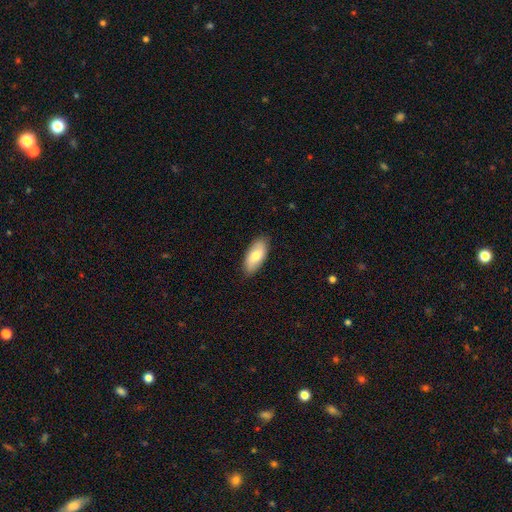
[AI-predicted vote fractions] A smooth galaxy with no disk features (76%) that is in between round and cigar-shaped (90%).

Vote fractions:
- Smooth or featured? smooth: 76% / featured or disk: 19% / star or artifact: 5%
- How rounded? in between: 90% / cigar-shaped: 8% / round: 2%
- Merging? none: 85% / minor disturbance: 12% / major disturbance: 2% / merger: 1%